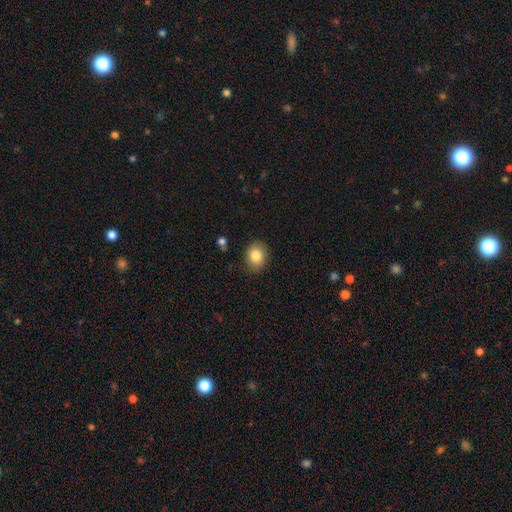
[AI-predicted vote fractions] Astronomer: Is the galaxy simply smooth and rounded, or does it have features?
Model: smooth — 83%.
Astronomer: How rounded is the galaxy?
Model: round — 57% (runner-up: in between, 42%).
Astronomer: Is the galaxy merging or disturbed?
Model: none — 85%.